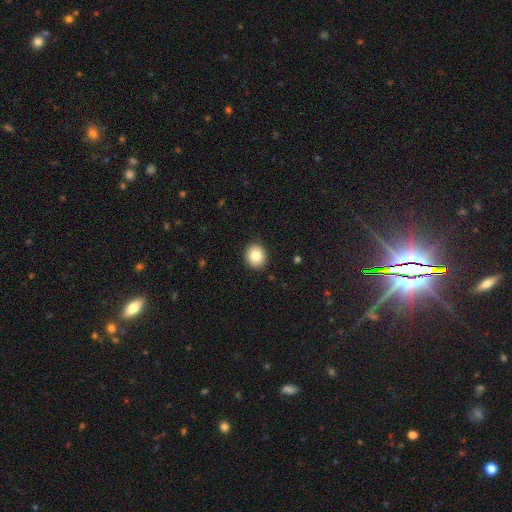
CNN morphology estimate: The model was most divided on "how rounded": round: 73%, in between: 26%, cigar-shaped: 1%. More confident: merging — none (91%); smooth or featured — smooth (82%).